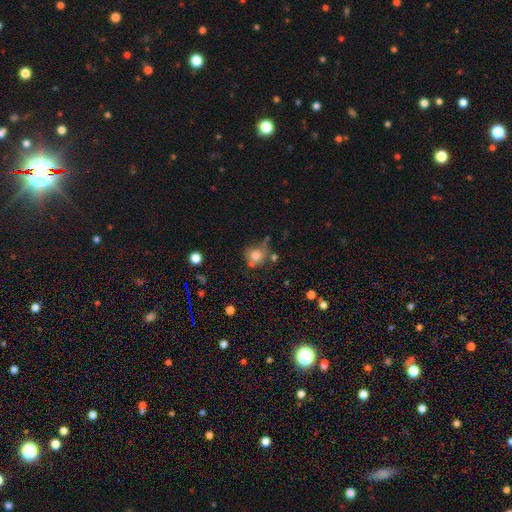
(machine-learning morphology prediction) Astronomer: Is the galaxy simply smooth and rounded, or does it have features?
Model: smooth — 77%.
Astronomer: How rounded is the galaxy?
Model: round — 82%.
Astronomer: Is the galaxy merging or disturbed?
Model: none — 56%.